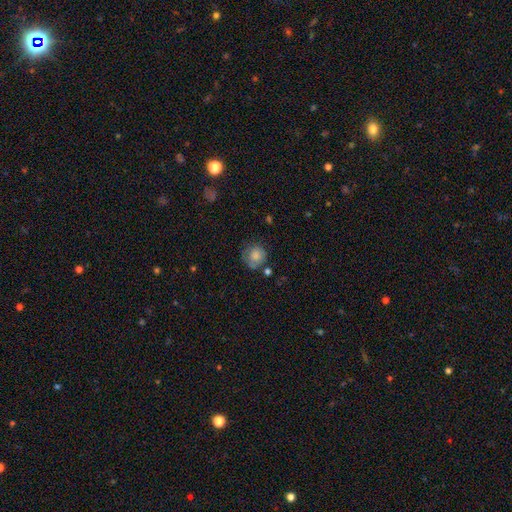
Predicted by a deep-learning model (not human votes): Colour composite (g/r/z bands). It shows a smooth galaxy with no disk features (78%) that is round (87%). Merging: none (63%).